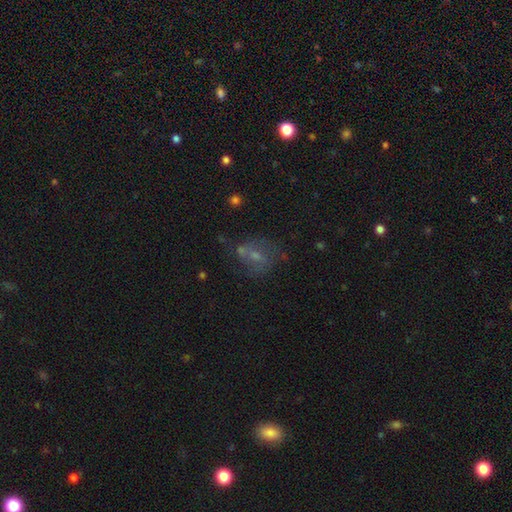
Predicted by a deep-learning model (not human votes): smooth-or-featured: smooth: 46% | featured or disk: 38% | star or artifact: 17%
  merging: none: 44% | minor disturbance: 20% | merger: 18% | major disturbance: 18%